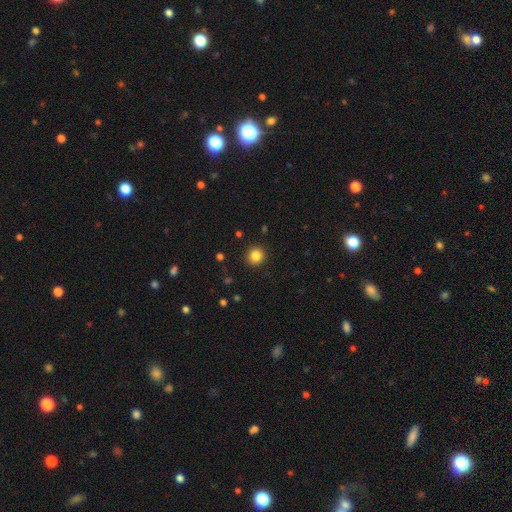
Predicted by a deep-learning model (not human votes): This is clearly a smooth galaxy (84%). How rounded: clearly round (93%). Merging: clearly none (92%).